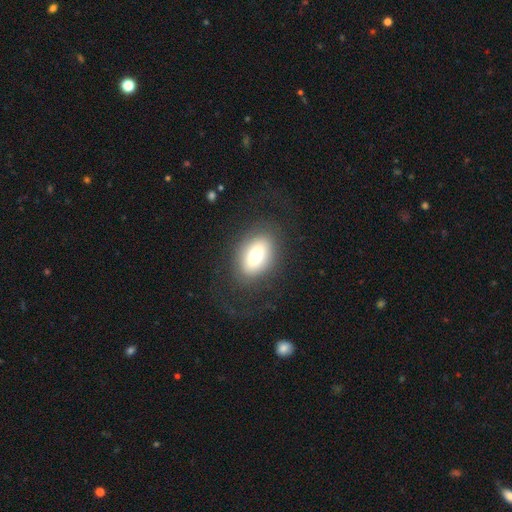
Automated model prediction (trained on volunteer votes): A smooth galaxy with no disk features (71%) that is in between round and cigar-shaped (85%). Merging: none (78%).